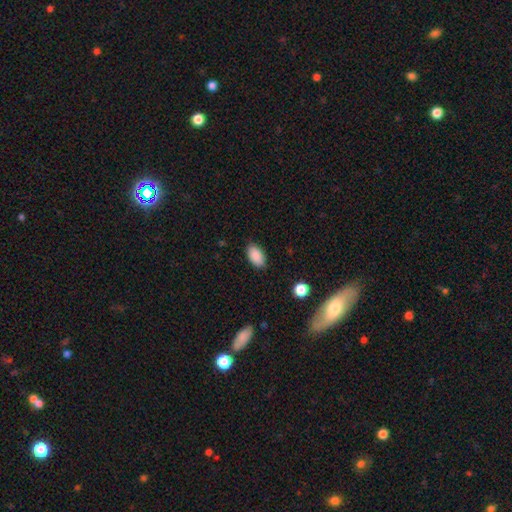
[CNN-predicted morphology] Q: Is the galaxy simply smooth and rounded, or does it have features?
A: smooth — 89%.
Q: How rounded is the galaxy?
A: in between — 94%.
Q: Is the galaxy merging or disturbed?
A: none — 85%.